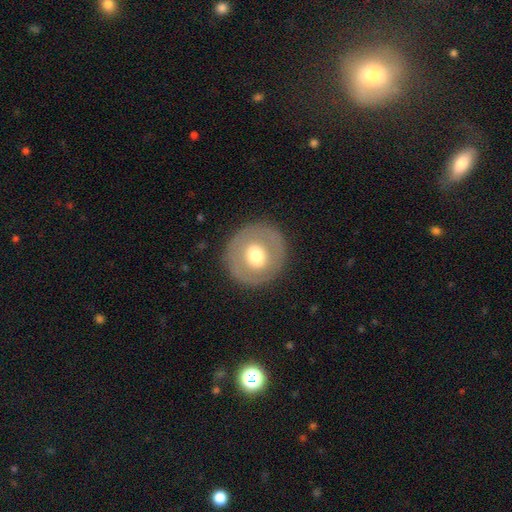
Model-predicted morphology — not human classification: Smooth or featured: smooth — 54% (featured or disk — 40%)
How rounded: round — 91% (in between — 8%)
Merging: none — 87% (minor disturbance — 8%)